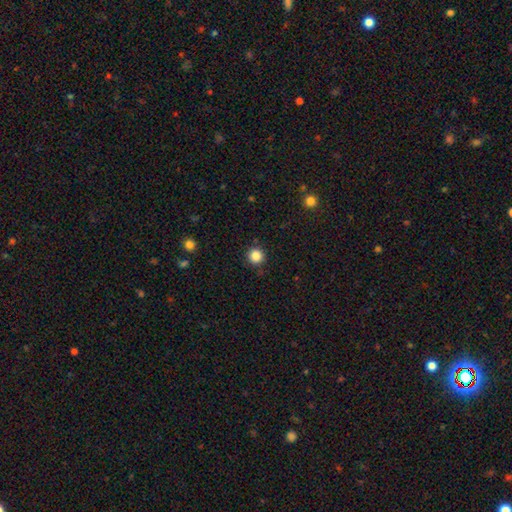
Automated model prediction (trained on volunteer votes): A smooth galaxy with no disk features (85%) that is round (95%).

Vote fractions:
- Smooth or featured? smooth: 85% / star or artifact: 11% / featured or disk: 4%
- How rounded? round: 95% / in between: 4% / cigar-shaped: 1%
- Merging? none: 91% / minor disturbance: 5% / major disturbance: 2% / merger: 1%